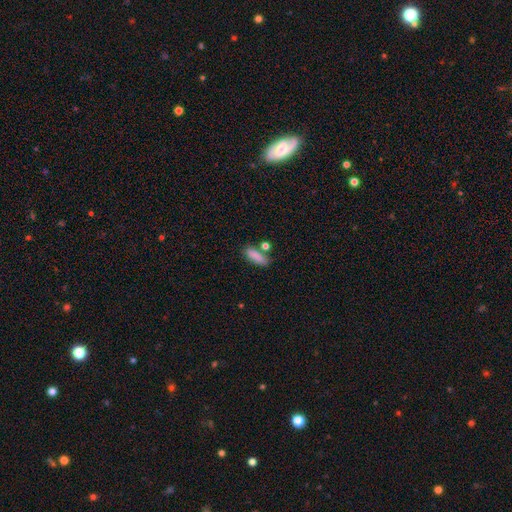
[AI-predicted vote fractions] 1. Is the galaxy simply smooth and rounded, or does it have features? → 85% smooth, 8% star or artifact, 7% featured or disk.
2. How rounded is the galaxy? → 56% in between, 40% cigar-shaped, 4% round.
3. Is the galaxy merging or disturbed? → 66% none, 16% minor disturbance, 13% merger, 5% major disturbance.